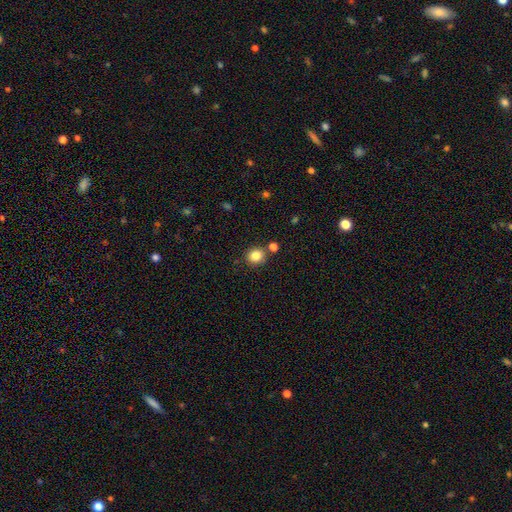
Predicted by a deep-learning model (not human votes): Smooth or featured? Predicted: smooth (p=0.84). How rounded? Predicted: round (p=0.84). Merging? Predicted: none (p=0.81).